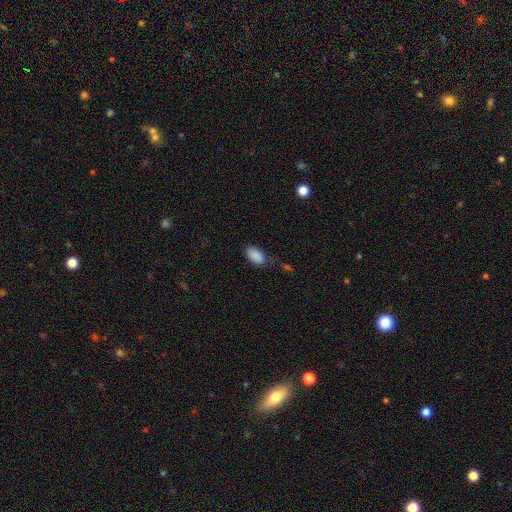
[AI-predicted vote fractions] A smooth galaxy with no disk features (88%) that is in between round and cigar-shaped (94%).

Vote fractions:
- Smooth or featured? smooth: 88% / star or artifact: 8% / featured or disk: 4%
- How rounded? in between: 94% / round: 4% / cigar-shaped: 2%
- Merging? none: 67% / minor disturbance: 23% / major disturbance: 7% / merger: 3%